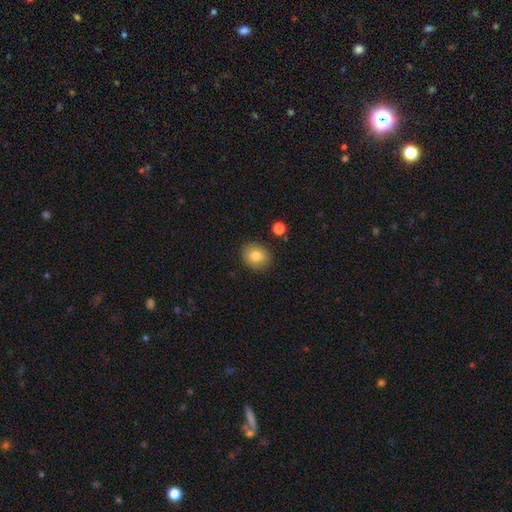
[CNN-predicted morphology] A smooth galaxy with no disk features (79%) that is round (67%). Merging: none (87%).